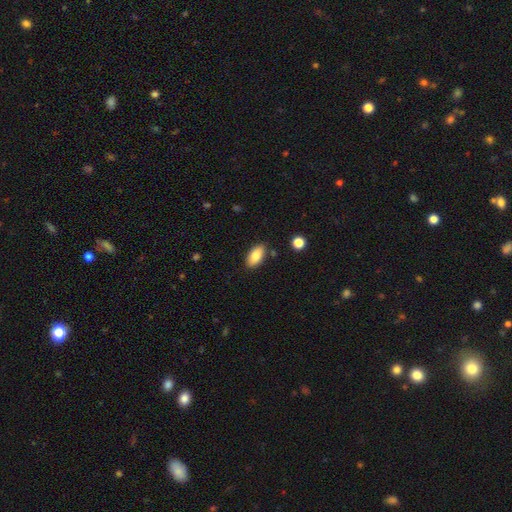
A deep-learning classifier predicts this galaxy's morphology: This appears to be a smooth galaxy with no disk features (82%) that is in between round and cigar-shaped (92%). Merging: none (85%).